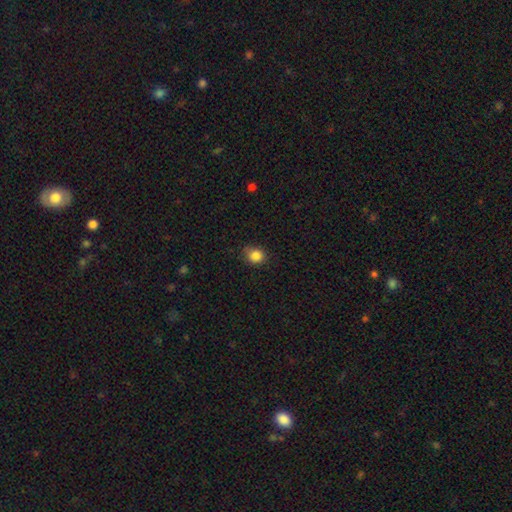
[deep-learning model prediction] A smooth galaxy with no disk features (85%) that is round (72%).

Vote fractions:
- Smooth or featured? smooth: 85% / star or artifact: 11% / featured or disk: 4%
- How rounded? round: 72% / in between: 27% / cigar-shaped: 1%
- Merging? none: 76% / minor disturbance: 19% / major disturbance: 4% / merger: 1%